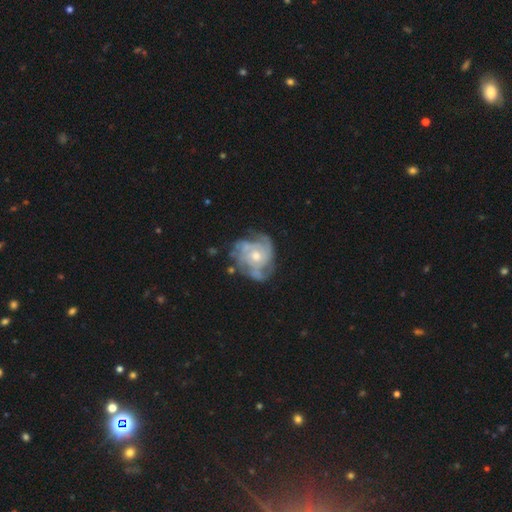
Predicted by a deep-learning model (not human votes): Morphology: type=featured or disk (80%); edge-on=no (98%); bar=no (81%); spiral arms=yes (85%); winding=tight (55%); arm count=can't tell (41%); bulge=moderate (64%); merging=none (57%).